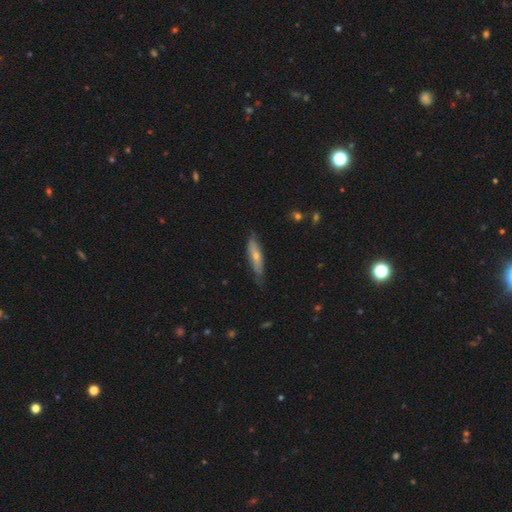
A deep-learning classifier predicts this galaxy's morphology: type=smooth (56%); roundness=cigar-shaped (71%); merging=none (68%).